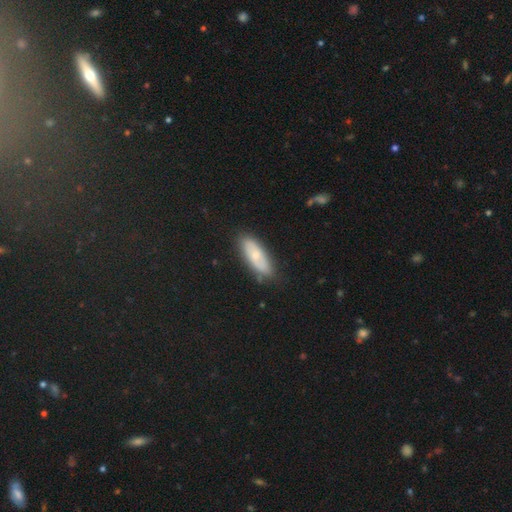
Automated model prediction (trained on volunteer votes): smooth-or-featured: smooth: 59% | featured or disk: 35% | star or artifact: 7%
  how-rounded: in between: 68% | cigar-shaped: 29% | round: 2%
  merging: none: 80% | minor disturbance: 16% | major disturbance: 3% | merger: 2%